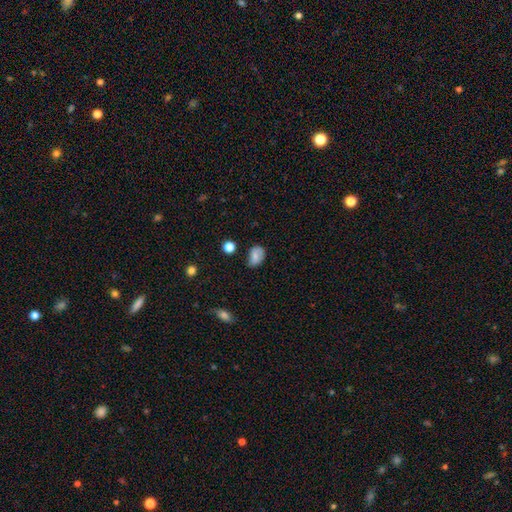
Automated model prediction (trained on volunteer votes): A smooth galaxy with no disk features (71%) that is in between round and cigar-shaped (76%). Merging: none (61%).